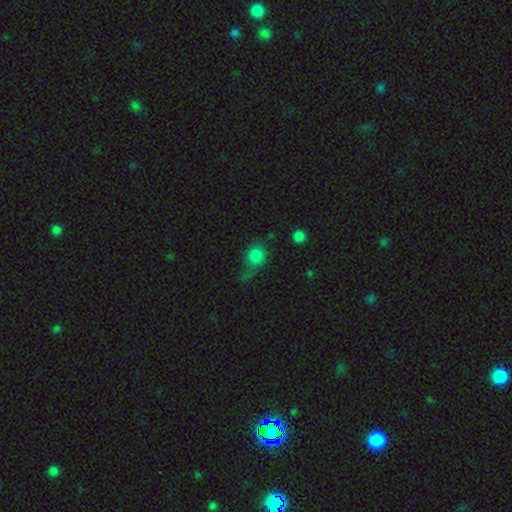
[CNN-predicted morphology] This is likely a smooth galaxy (79%). How rounded: likely round (71%). Merging: marginally none (37%).